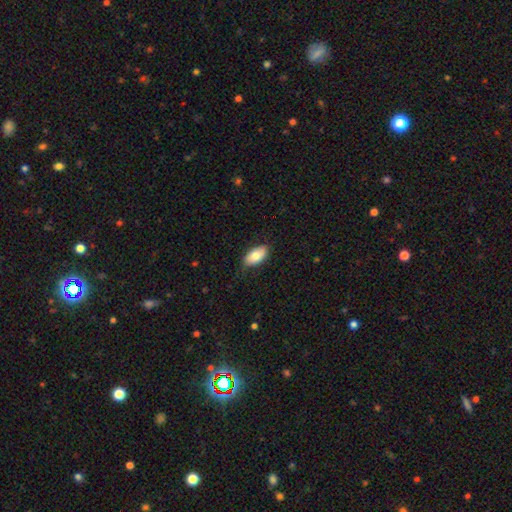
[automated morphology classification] Smooth or featured?
  - smooth: 80% *
  - featured or disk: 14%
  - star or artifact: 6%
How rounded?
  - in between: 93% *
  - cigar-shaped: 4%
  - round: 3%
Merging?
  - none: 79% *
  - minor disturbance: 17%
  - major disturbance: 3%
  - merger: 1%